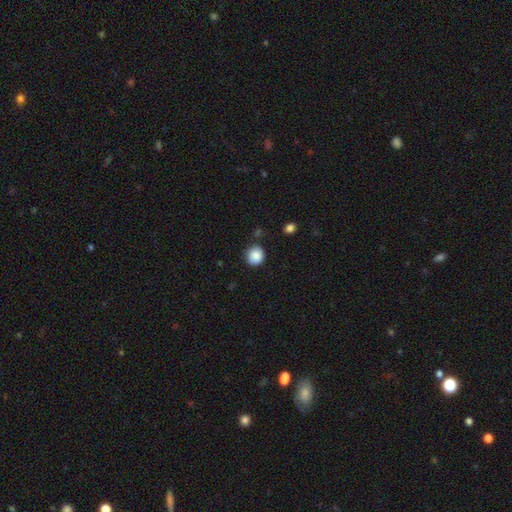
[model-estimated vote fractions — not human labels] This is clearly a smooth galaxy (87%). How rounded: clearly round (82%). Merging: likely none (80%).